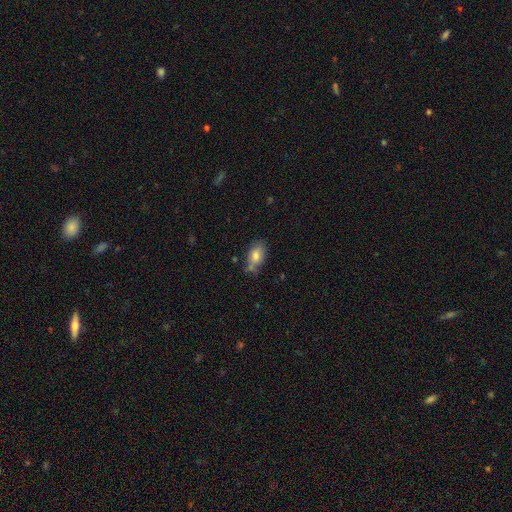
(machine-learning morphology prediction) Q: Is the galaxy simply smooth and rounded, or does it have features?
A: smooth — 77%.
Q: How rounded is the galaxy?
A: in between — 88%.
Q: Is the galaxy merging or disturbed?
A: none — 59%.